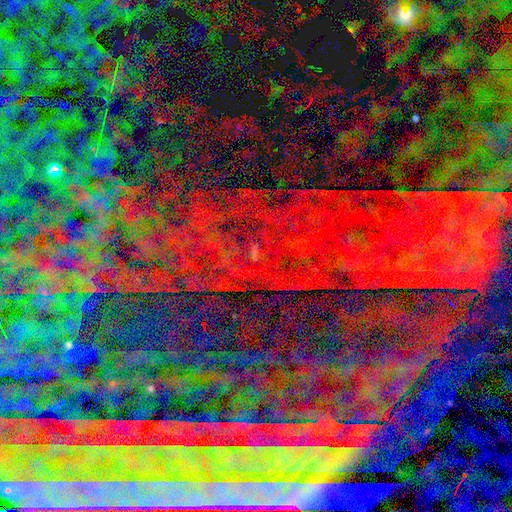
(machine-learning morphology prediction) Smooth or featured?
  - star or artifact: 86% *
  - featured or disk: 7%
  - smooth: 7%